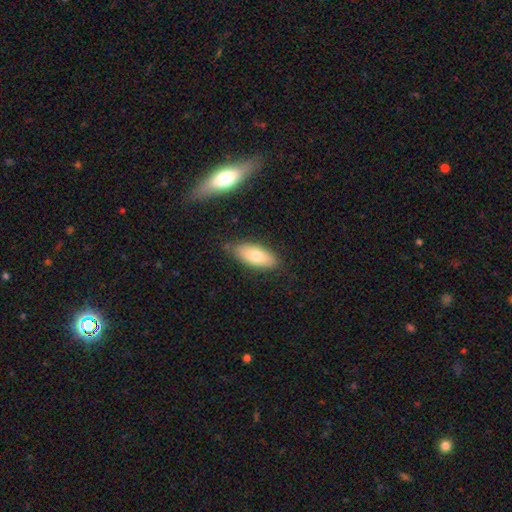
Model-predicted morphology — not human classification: Smooth or featured?
  - smooth: 74% *
  - featured or disk: 19%
  - star or artifact: 7%
How rounded?
  - in between: 84% *
  - cigar-shaped: 14%
  - round: 3%
Merging?
  - none: 79% *
  - minor disturbance: 15%
  - major disturbance: 3%
  - merger: 2%